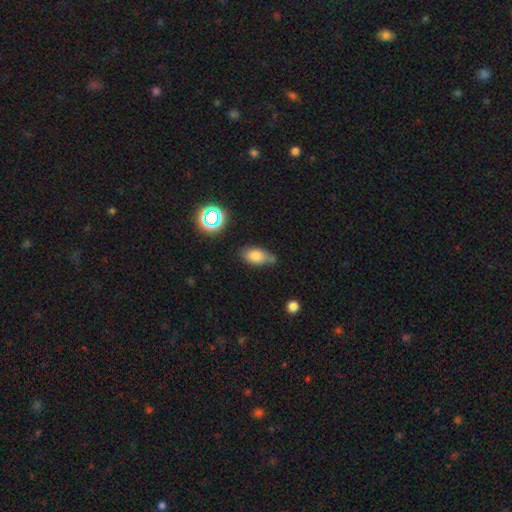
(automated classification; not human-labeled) Smooth or featured? smooth (77%)
How rounded? in between (87%)
Merging? none (58%)